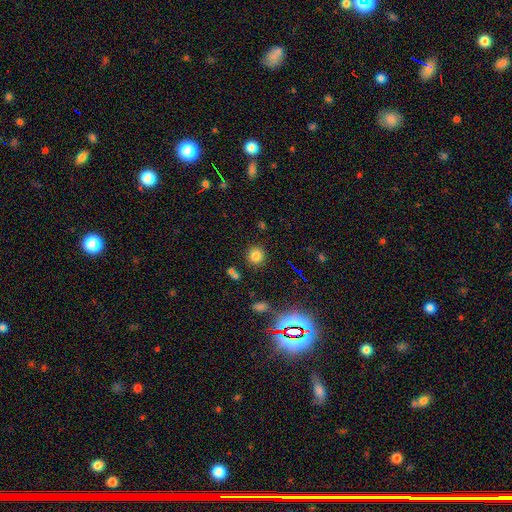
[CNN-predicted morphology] Smooth or featured: smooth — 78% (star or artifact — 16%)
How rounded: round — 91% (in between — 8%)
Merging: none — 86% (minor disturbance — 7%)